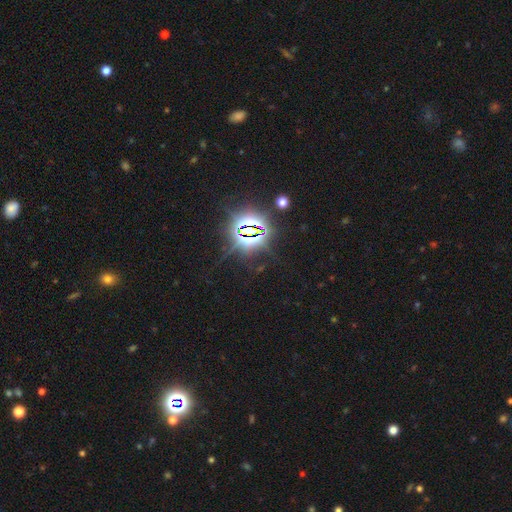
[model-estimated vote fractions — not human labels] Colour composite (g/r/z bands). It shows a star or artifact, not a galaxy (85%).